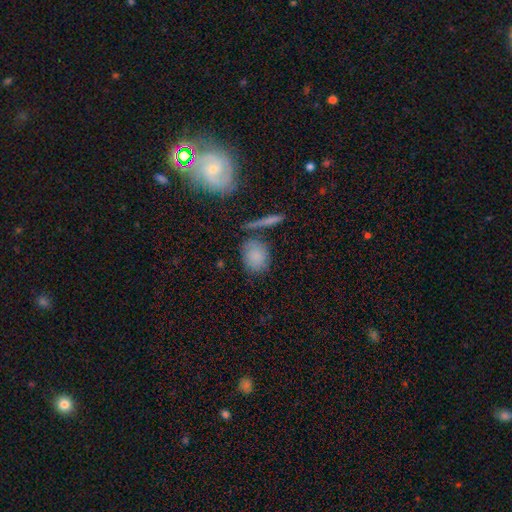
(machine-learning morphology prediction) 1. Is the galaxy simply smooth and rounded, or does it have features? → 80% smooth, 10% featured or disk, 9% star or artifact.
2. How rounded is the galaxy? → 51% round, 45% in between, 4% cigar-shaped.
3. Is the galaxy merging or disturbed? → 70% none, 15% minor disturbance, 10% merger, 5% major disturbance.